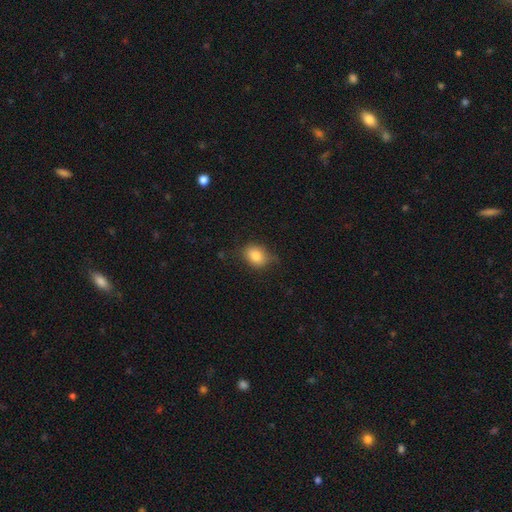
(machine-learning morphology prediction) This appears to be a smooth galaxy with no disk features (83%) that is in between round and cigar-shaped (62%). Merging: none (68%).